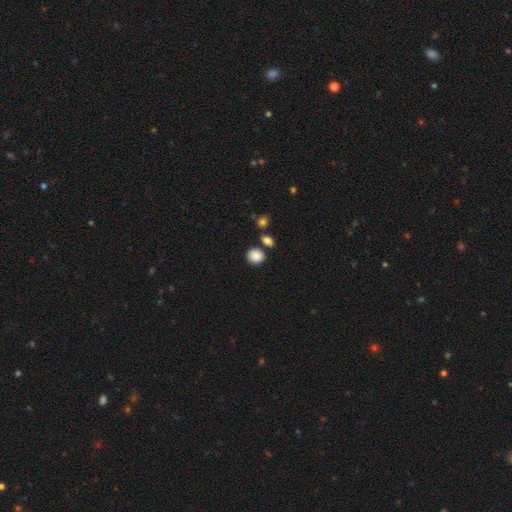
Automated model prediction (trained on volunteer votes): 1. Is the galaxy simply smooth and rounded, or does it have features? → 87% smooth, 9% star or artifact, 4% featured or disk.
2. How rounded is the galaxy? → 73% round, 26% in between, 1% cigar-shaped.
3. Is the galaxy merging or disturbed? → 77% none, 11% minor disturbance, 9% merger, 3% major disturbance.